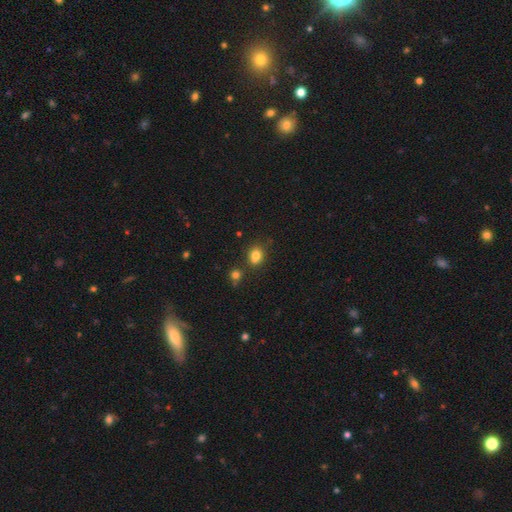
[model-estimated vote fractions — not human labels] A smooth galaxy with no disk features (78%) that is round (63%).

Vote fractions:
- Smooth or featured? smooth: 78% / star or artifact: 14% / featured or disk: 8%
- How rounded? round: 63% / in between: 36% / cigar-shaped: 1%
- Merging? none: 63% / merger: 17% / minor disturbance: 15% / major disturbance: 4%